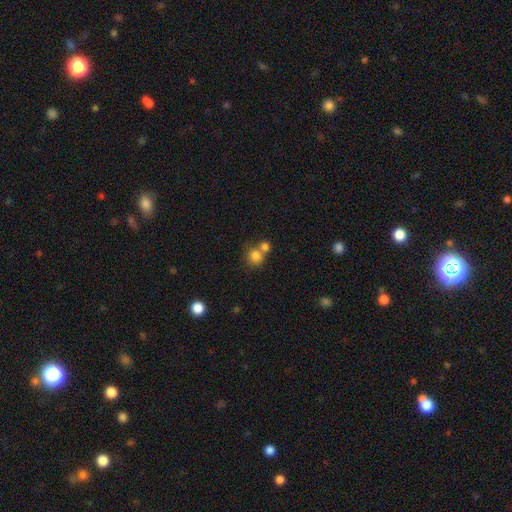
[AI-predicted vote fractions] Overall: smooth (80%). How rounded: round (85%). Merging: none (47%; merger 42%).